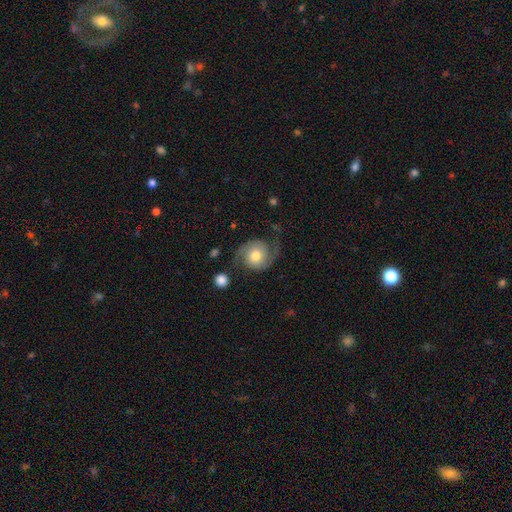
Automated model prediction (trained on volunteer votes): A featured or disk galaxy (76%) with no bar (77%), 2 (92%) medium (43%) spiral arms (95%) and a moderate central bulge (68%). Merging: none (70%).